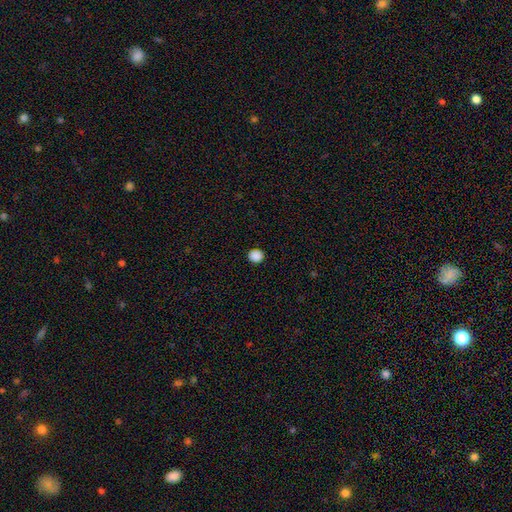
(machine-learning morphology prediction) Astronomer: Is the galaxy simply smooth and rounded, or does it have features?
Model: smooth — 88%.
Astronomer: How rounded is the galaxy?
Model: round — 88%.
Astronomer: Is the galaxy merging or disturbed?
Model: none — 92%.